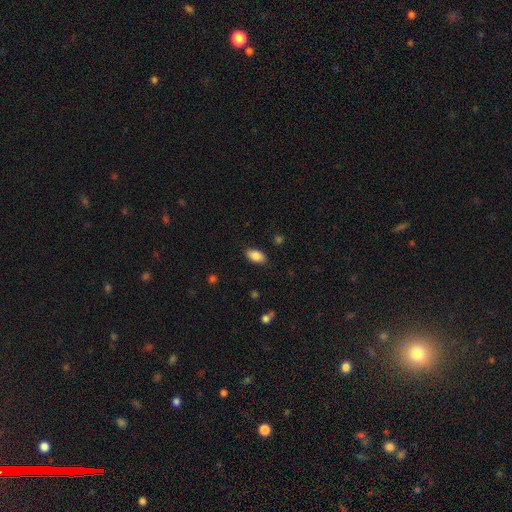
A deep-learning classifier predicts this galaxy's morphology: Q: Smooth or featured?
A: smooth (86%); runner-up: star or artifact (7%)
Q: How rounded?
A: in between (93%); runner-up: round (4%)
Q: Merging?
A: none (86%); runner-up: minor disturbance (11%)